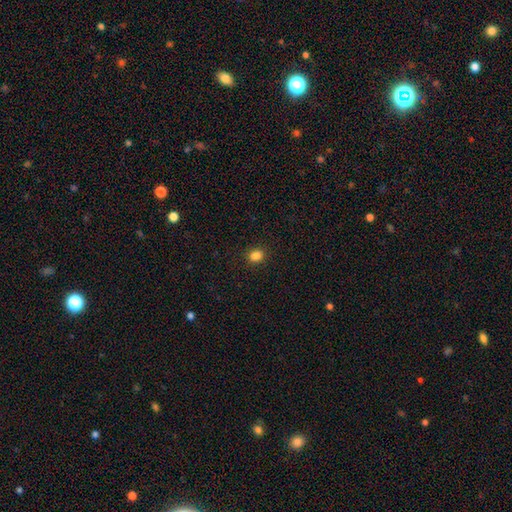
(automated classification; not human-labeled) The model was most divided on "how rounded": round: 53%, in between: 46%, cigar-shaped: 1%. More confident: smooth or featured — smooth (83%); merging — none (80%).